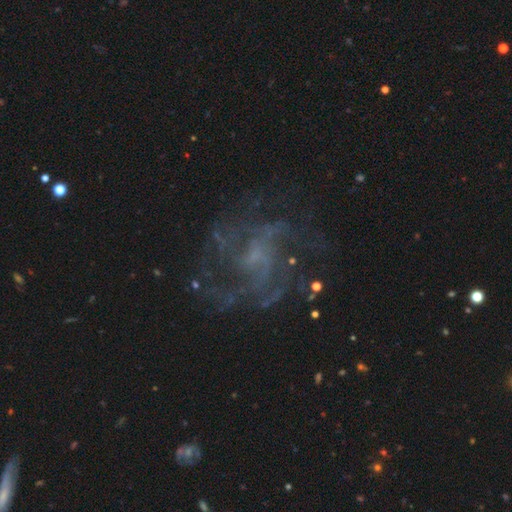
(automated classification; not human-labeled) Smooth or featured? Predicted: featured or disk (p=0.79). Edge-on disk? Predicted: no (p=0.98). Bar? Predicted: no (p=0.59). Spiral arms? Predicted: yes (p=0.89). Spiral winding? Predicted: medium (p=0.47). Spiral arm count? Predicted: can't tell (p=0.30). Bulge size? Predicted: small (p=0.49). Merging? Predicted: none (p=0.63).